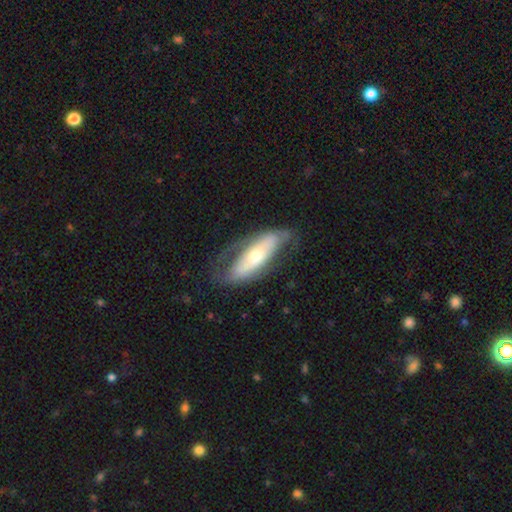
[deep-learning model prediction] Morphology: type=featured or disk (58%); edge-on=no (75%); merging=none (57%).